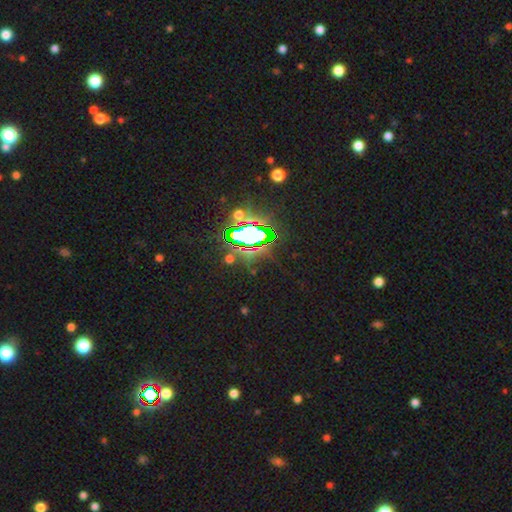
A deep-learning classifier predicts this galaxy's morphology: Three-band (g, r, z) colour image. It shows a star or artifact, not a galaxy (84%).